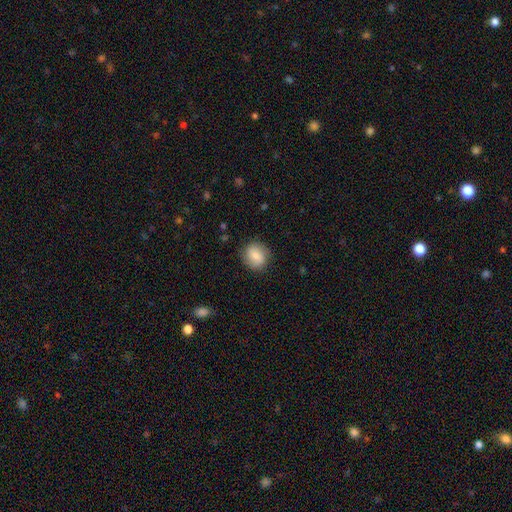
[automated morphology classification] Smooth or featured? Predicted: smooth (p=0.77). How rounded? Predicted: round (p=0.78). Merging? Predicted: none (p=0.85).